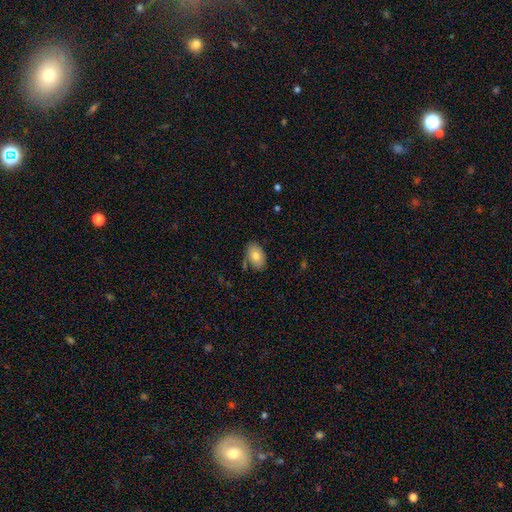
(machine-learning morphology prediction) This is clearly a smooth galaxy (80%). How rounded: clearly in between (91%). Merging: likely none (78%).